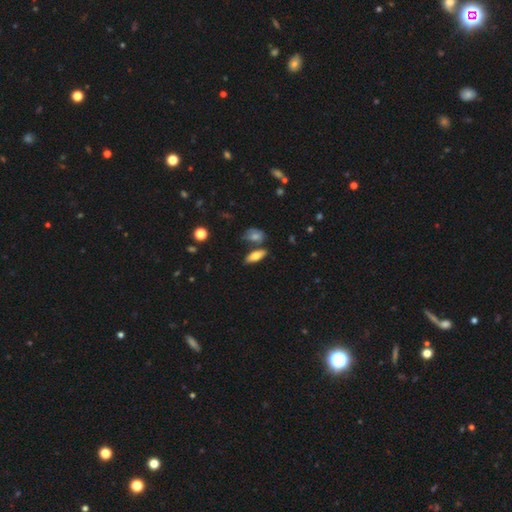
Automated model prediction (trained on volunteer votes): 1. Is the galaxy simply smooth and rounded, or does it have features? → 66% smooth, 26% featured or disk, 8% star or artifact.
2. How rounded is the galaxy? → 68% in between, 28% cigar-shaped, 4% round.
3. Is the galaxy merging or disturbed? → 72% none, 13% minor disturbance, 12% merger, 3% major disturbance.